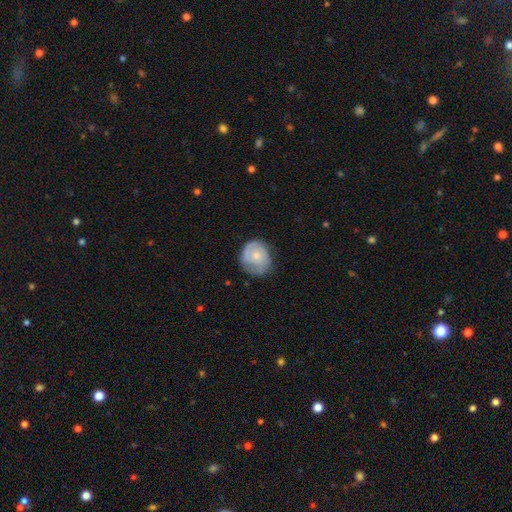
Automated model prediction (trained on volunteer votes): Smooth or featured? Predicted: smooth (p=0.57). How rounded? Predicted: round (p=0.69). Merging? Predicted: none (p=0.58).